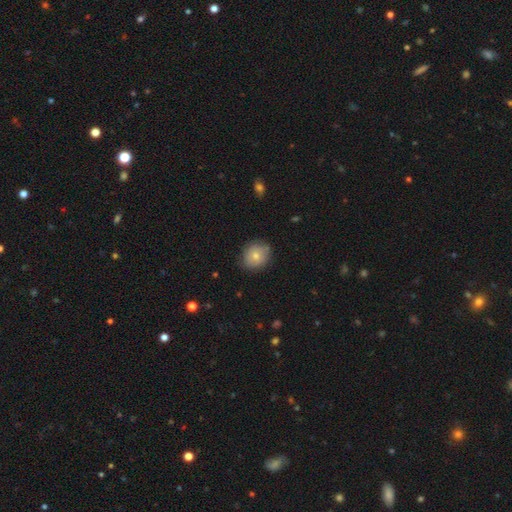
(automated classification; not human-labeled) Smooth or featured: smooth — 72% (featured or disk — 20%)
How rounded: round — 71% (in between — 28%)
Merging: none — 79% (minor disturbance — 17%)